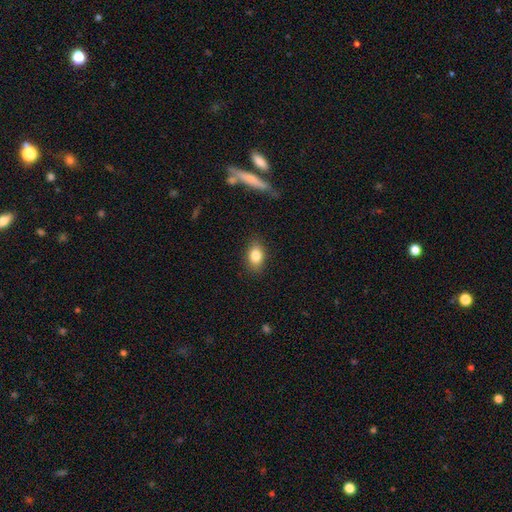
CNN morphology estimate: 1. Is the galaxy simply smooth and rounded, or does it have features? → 82% smooth, 9% featured or disk, 9% star or artifact.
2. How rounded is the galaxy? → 80% in between, 17% round, 2% cigar-shaped.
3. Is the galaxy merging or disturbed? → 85% none, 11% minor disturbance, 3% major disturbance, 1% merger.